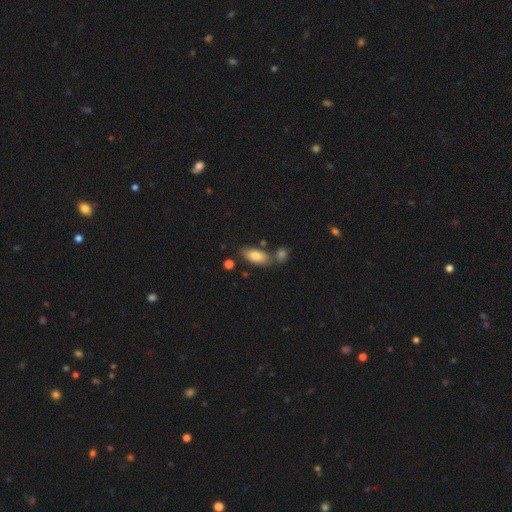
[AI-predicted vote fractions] smooth 81%, featured or disk 12%, star or artifact 7%. Down the decision tree: how rounded — in between (88%); merging — none (69%).